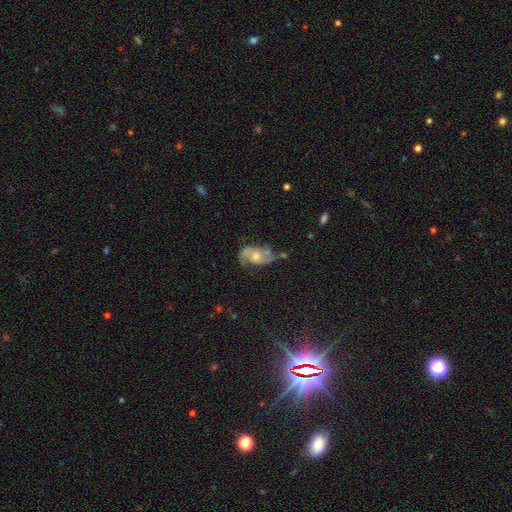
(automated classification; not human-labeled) Morphology: type=featured or disk (77%); edge-on=no (97%); bar=no (64%); spiral arms=yes (92%); winding=medium (45%); arm count=2 (87%); bulge=moderate (51%); merging=none (54%).